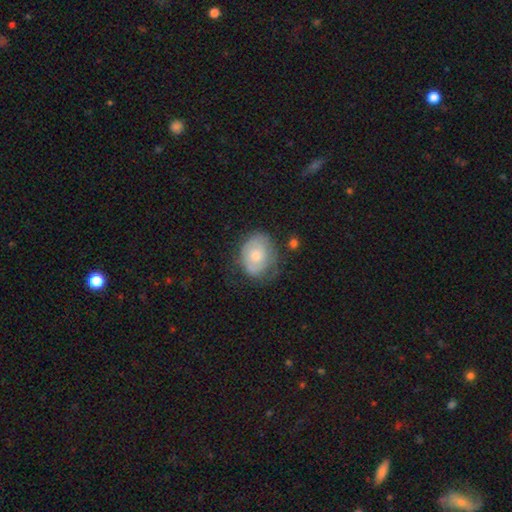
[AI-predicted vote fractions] Morphology: type=smooth (58%); roundness=in between (52%); merging=none (54%).